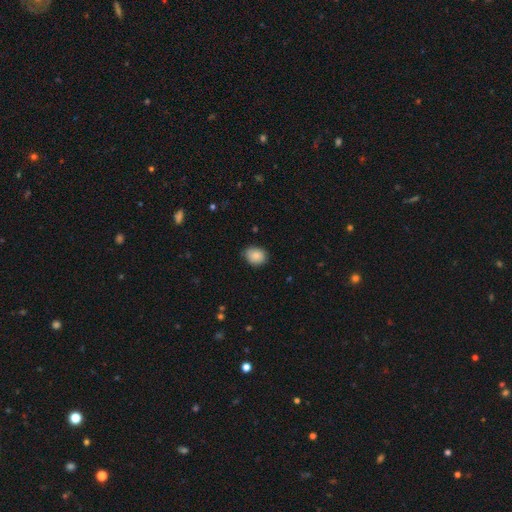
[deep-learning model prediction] Q: Smooth or featured?
A: smooth (83%); runner-up: featured or disk (9%)
Q: How rounded?
A: round (56%); runner-up: in between (43%)
Q: Merging?
A: none (79%); runner-up: minor disturbance (17%)